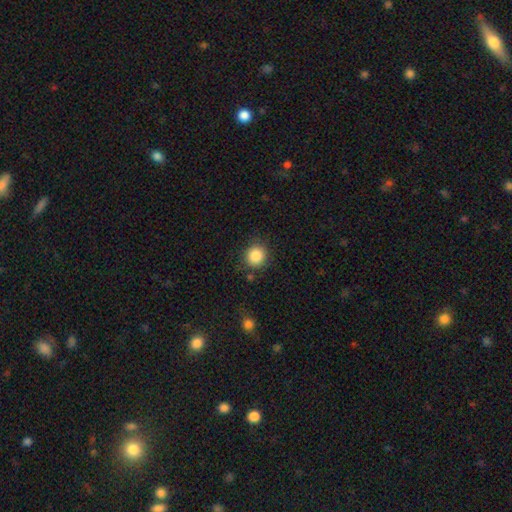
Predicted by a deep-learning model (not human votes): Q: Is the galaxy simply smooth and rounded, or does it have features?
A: smooth — 86%.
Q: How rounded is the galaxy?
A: round — 87%.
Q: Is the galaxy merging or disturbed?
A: none — 83%.